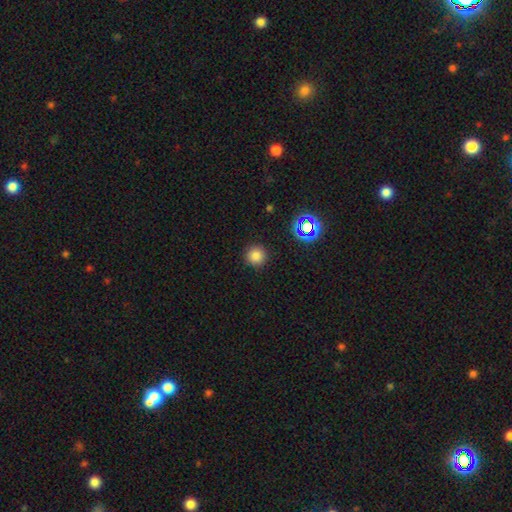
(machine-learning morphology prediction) The model was most divided on "smooth or featured": smooth: 79%, star or artifact: 16%, featured or disk: 5%. More confident: how rounded — round (95%); merging — none (91%).